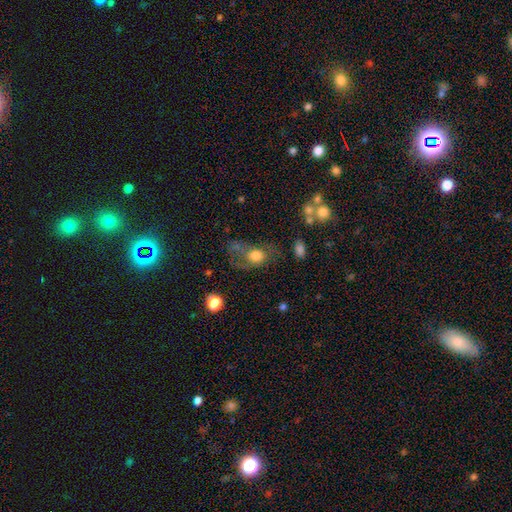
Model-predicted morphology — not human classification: Q: Smooth or featured?
A: smooth (63%); runner-up: featured or disk (27%)
Q: How rounded?
A: in between (58%); runner-up: round (39%)
Q: Merging?
A: none (36%); runner-up: major disturbance (35%)